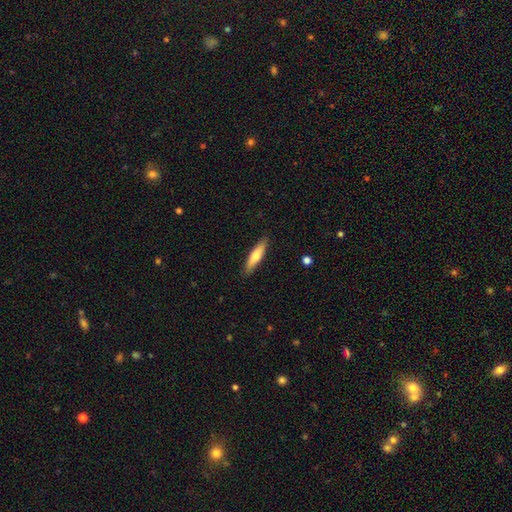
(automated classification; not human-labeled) A smooth galaxy with no disk features (67%) that is cigar-shaped (76%). Merging: none (88%).